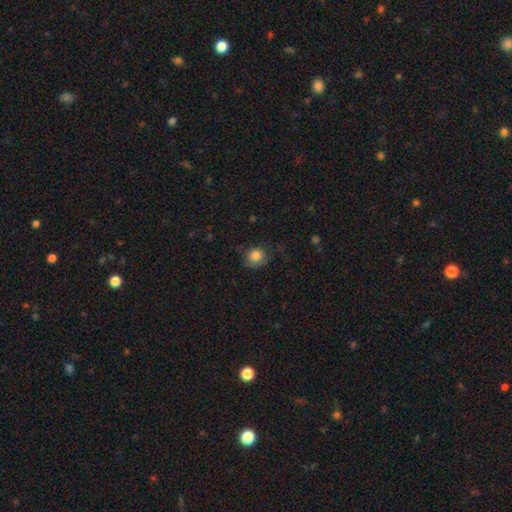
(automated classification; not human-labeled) This is clearly a smooth galaxy (83%). How rounded: likely round (72%). Merging: likely none (63%).